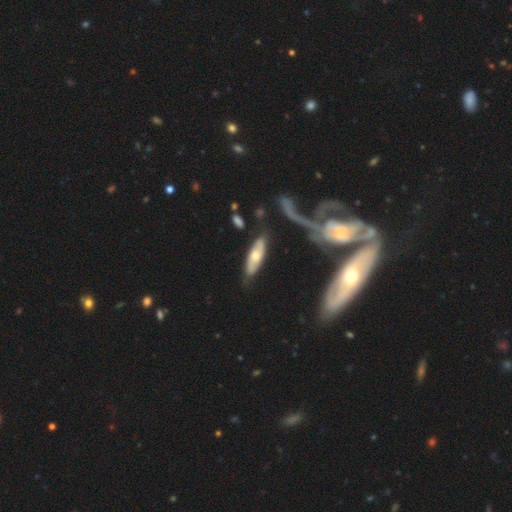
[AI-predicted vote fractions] smooth 48%, featured or disk 46%, star or artifact 6%. Down the decision tree: merging — none (71%).